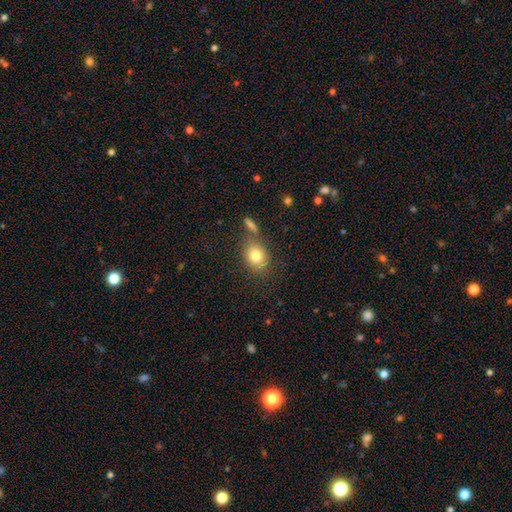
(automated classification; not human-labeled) A smooth galaxy with no disk features (80%) that is in between round and cigar-shaped (55%). Merging: none (68%).